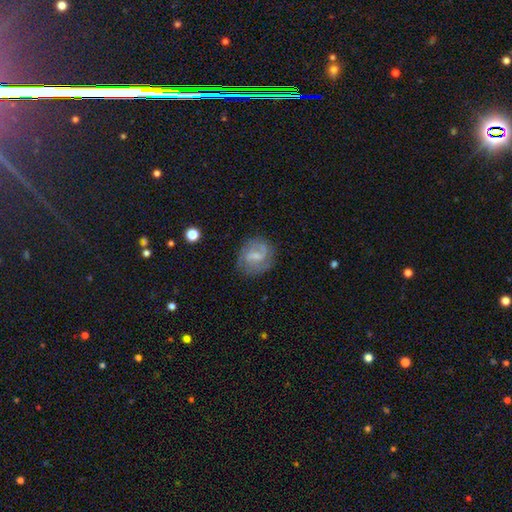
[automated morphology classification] Smooth or featured: featured or disk — 65% (smooth — 27%)
Edge-on disk: no — 97% (yes — 3%)
Bar: weak — 56% (no — 29%)
Spiral arms: yes — 86% (no — 14%)
Spiral winding: medium — 45% (tight — 29%)
Spiral arm count: 2 — 62% (can't tell — 18%)
Bulge size: small — 51% (moderate — 26%)
Merging: none — 70% (minor disturbance — 18%)